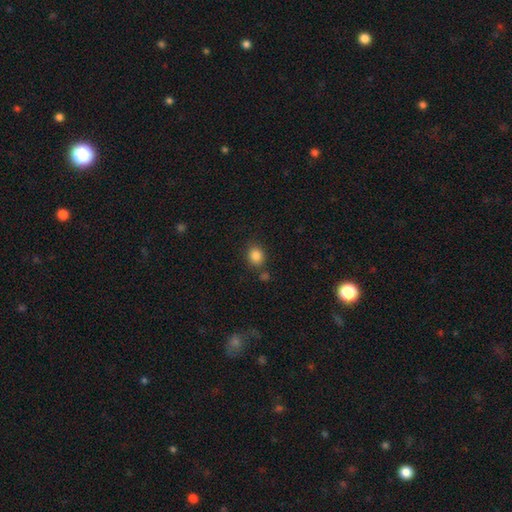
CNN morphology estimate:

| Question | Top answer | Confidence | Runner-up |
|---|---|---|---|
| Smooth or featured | smooth | 86% | star or artifact (10%) |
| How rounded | round | 68% | in between (31%) |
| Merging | none | 77% | minor disturbance (11%) |